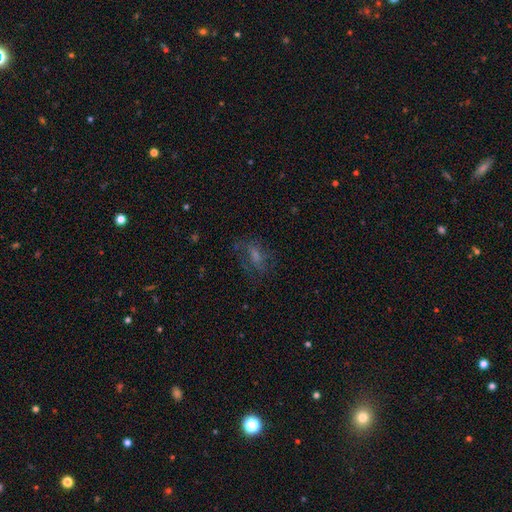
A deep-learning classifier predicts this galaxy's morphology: Smooth or featured: smooth — 45% (featured or disk — 37%)
Merging: none — 56% (major disturbance — 22%)